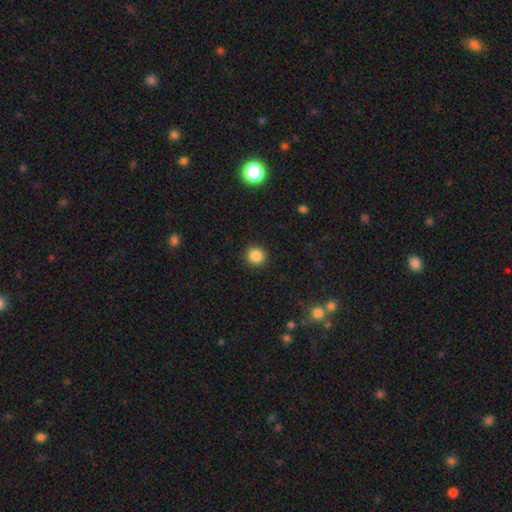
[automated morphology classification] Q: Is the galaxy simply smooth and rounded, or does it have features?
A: smooth — 85%.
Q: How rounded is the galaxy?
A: round — 93%.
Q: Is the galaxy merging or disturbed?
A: none — 91%.